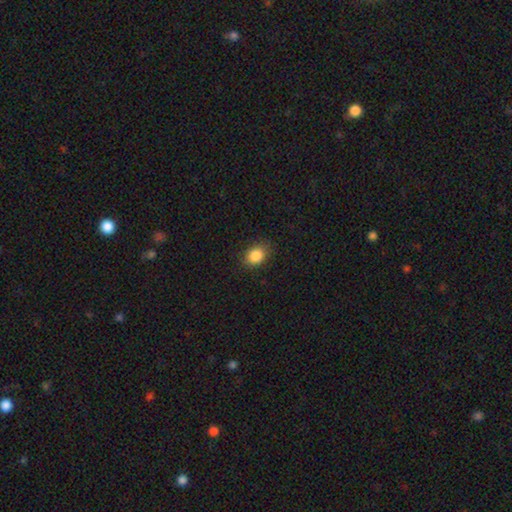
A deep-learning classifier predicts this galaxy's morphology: smooth-or-featured: smooth: 87% | star or artifact: 9% | featured or disk: 4%
  how-rounded: in between: 60% | round: 39% | cigar-shaped: 1%
  merging: none: 83% | minor disturbance: 13% | major disturbance: 3% | merger: 1%